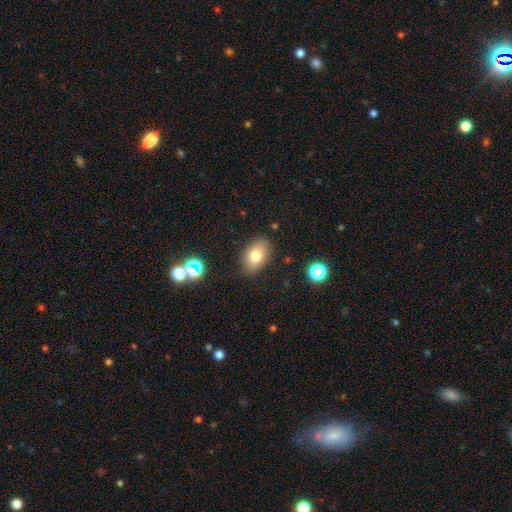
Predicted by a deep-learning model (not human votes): This is likely a smooth galaxy (78%). How rounded: clearly in between (87%). Merging: clearly none (84%).